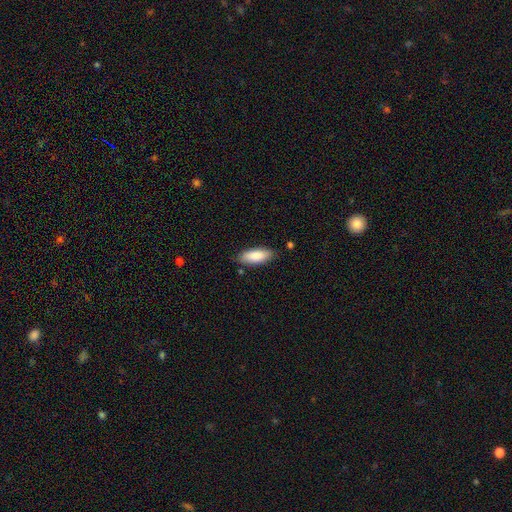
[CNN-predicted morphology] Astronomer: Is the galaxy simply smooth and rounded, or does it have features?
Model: smooth — 87%.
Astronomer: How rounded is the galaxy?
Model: in between — 77%.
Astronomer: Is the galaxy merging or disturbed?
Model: none — 83%.